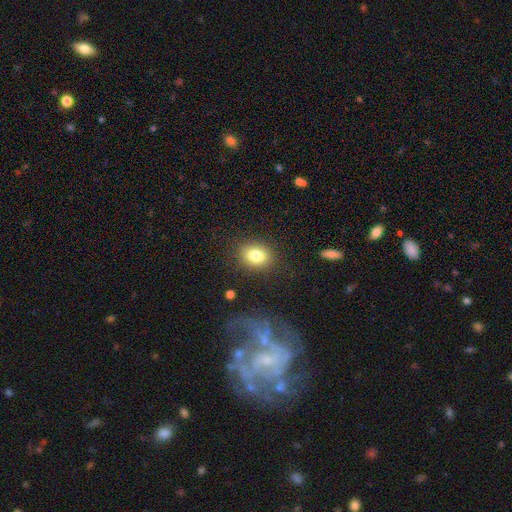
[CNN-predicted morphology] Smooth or featured: smooth — 80% (star or artifact — 10%)
How rounded: in between — 54% (round — 45%)
Merging: none — 84% (minor disturbance — 10%)